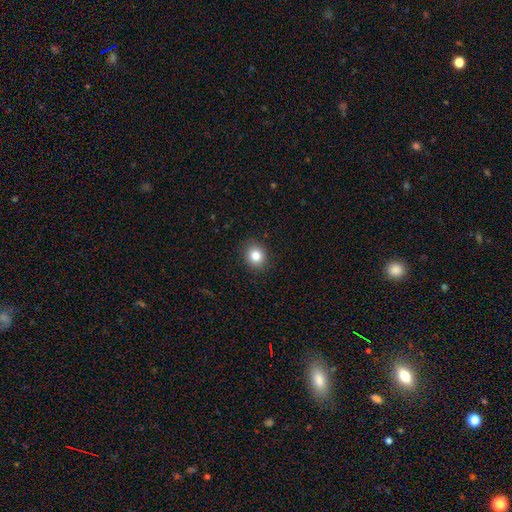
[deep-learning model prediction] This is clearly a smooth galaxy (83%). How rounded: likely round (69%). Merging: clearly none (89%).